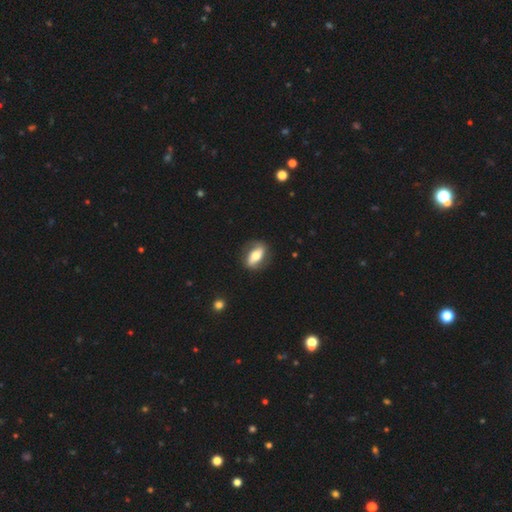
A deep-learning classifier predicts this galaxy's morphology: smooth-or-featured: featured or disk: 50% | smooth: 44% | star or artifact: 6%
  merging: none: 78% | minor disturbance: 15% | major disturbance: 6% | merger: 1%